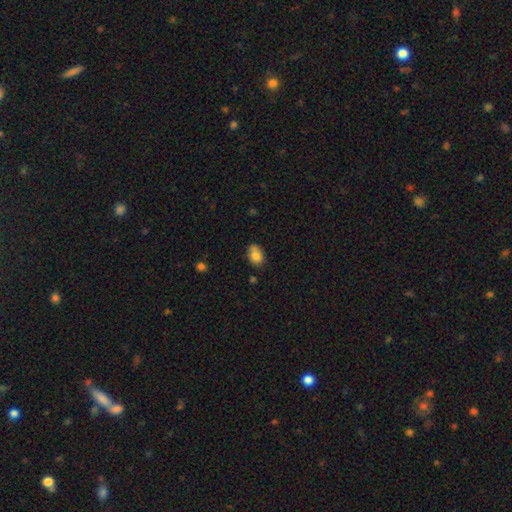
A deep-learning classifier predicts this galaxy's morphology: The model was most divided on "merging": none: 62%, minor disturbance: 23%, merger: 11%, major disturbance: 5%. More confident: smooth or featured — smooth (79%); how rounded — in between (71%).